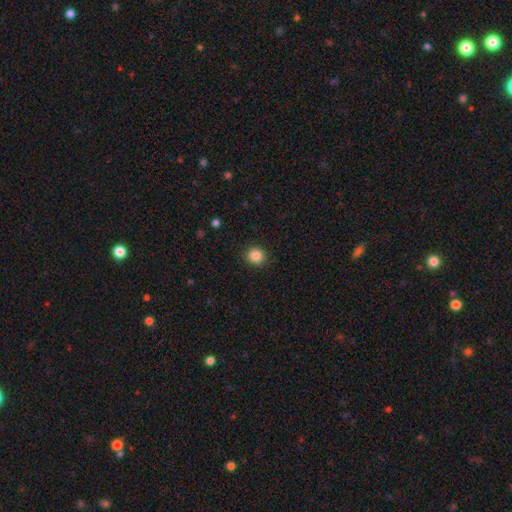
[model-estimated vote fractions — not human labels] smooth 86%, star or artifact 10%, featured or disk 4%. Down the decision tree: how rounded — round (91%); merging — none (91%).